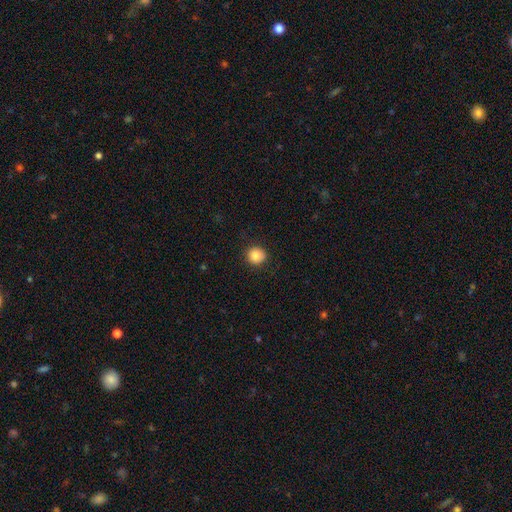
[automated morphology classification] smooth_or_featured: smooth (p=0.85) [alt: star or artifact p=0.10]
how_rounded: round (p=0.91) [alt: in between p=0.08]
merging: none (p=0.89) [alt: minor disturbance p=0.08]